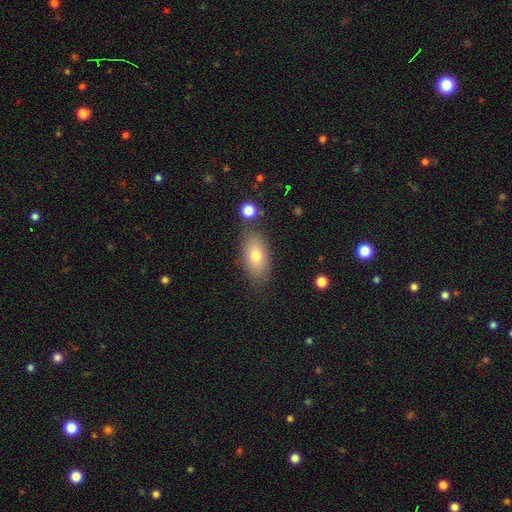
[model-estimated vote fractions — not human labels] A smooth galaxy with no disk features (76%) that is in between round and cigar-shaped (89%). Merging: none (79%).